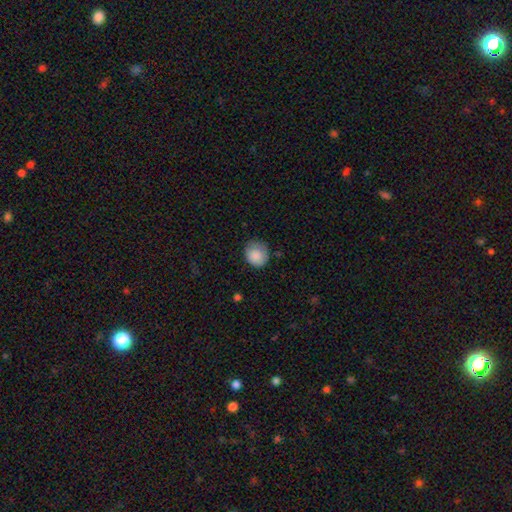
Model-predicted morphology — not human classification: This appears to be a smooth galaxy with no disk features (87%) that is round (78%). Merging: none (69%).